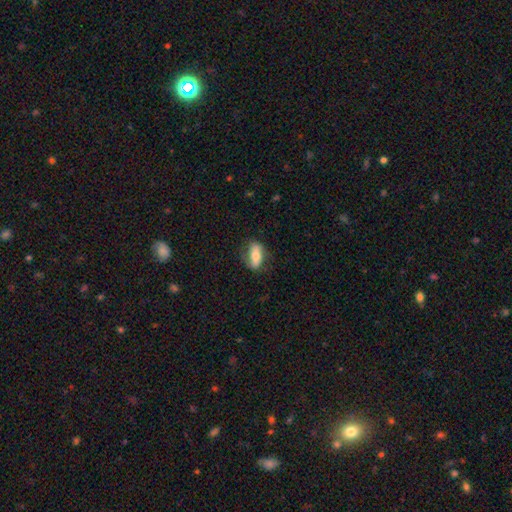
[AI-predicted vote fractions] The model was most divided on "smooth or featured": smooth: 51%, featured or disk: 43%, star or artifact: 7%. More confident: how rounded — in between (80%); merging — none (71%).